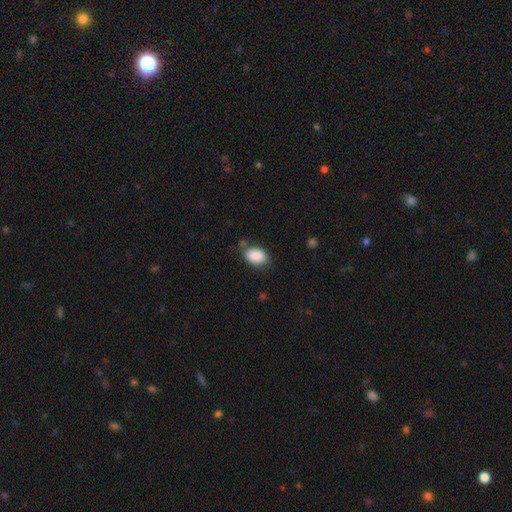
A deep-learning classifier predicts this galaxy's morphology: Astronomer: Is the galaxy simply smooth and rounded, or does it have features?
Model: smooth — 89%.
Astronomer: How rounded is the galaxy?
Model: in between — 83%.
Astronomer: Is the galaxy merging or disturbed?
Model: none — 70%.